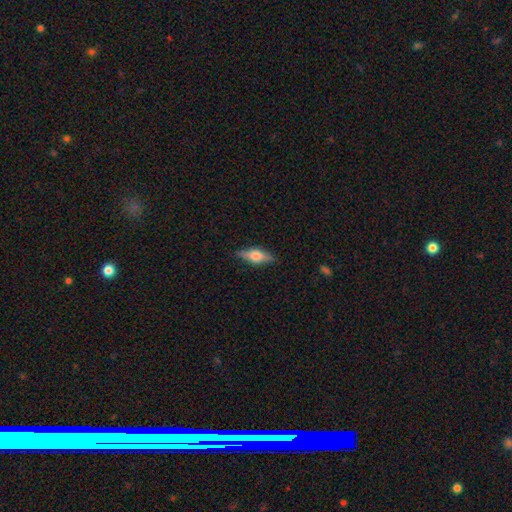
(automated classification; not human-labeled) A featured or disk galaxy (54%) viewed edge-on (93%) with a rounded central bulge (91%). Merging: none (85%).